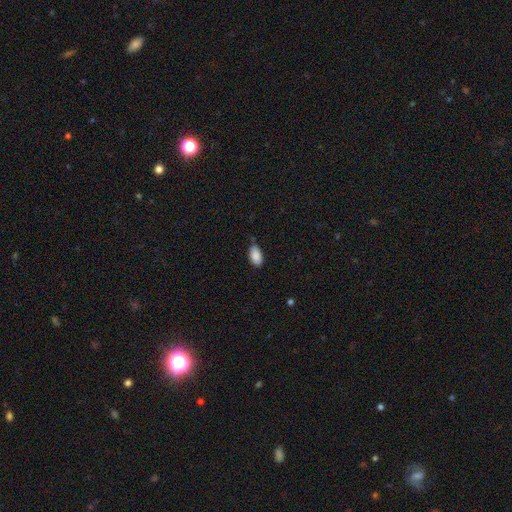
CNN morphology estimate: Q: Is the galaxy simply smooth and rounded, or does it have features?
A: smooth — 89%.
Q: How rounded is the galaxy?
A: in between — 94%.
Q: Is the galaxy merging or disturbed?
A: none — 69%.